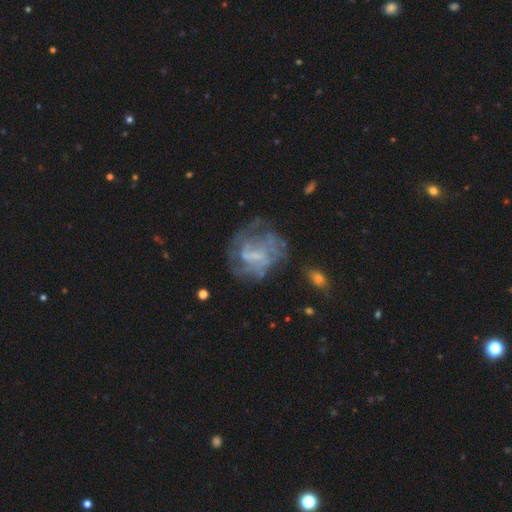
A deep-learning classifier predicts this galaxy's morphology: featured or disk 67%, smooth 21%, star or artifact 12%. Down the decision tree: edge-on disk — no (98%); bar — no (52%); spiral arms — no (52%); bulge size — none (46%); merging — none (49%).